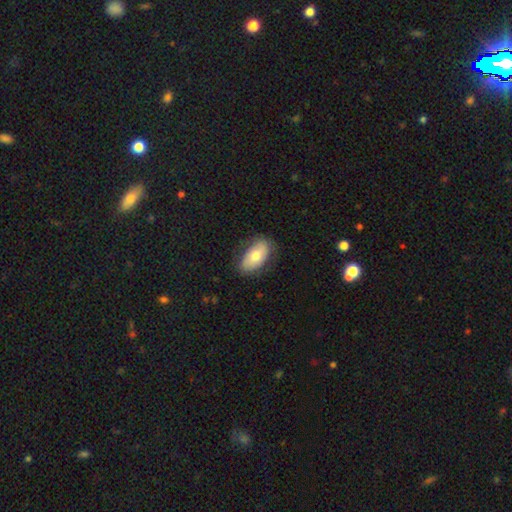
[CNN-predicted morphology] smooth 68%, featured or disk 26%, star or artifact 6%. Down the decision tree: how rounded — in between (93%); merging — none (76%).